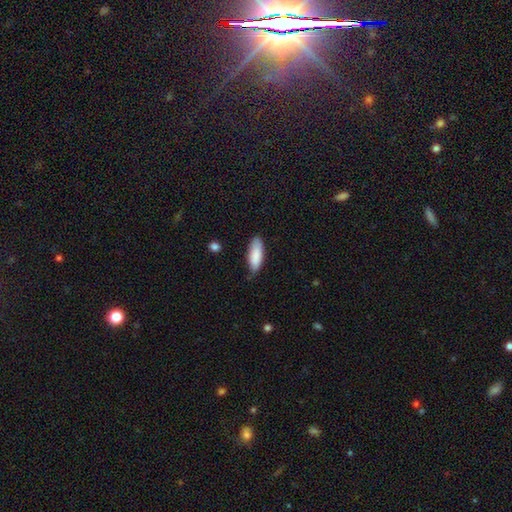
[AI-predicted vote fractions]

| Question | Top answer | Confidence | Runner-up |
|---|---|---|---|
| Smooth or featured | smooth | 86% | featured or disk (8%) |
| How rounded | in between | 69% | cigar-shaped (30%) |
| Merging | none | 71% | minor disturbance (23%) |